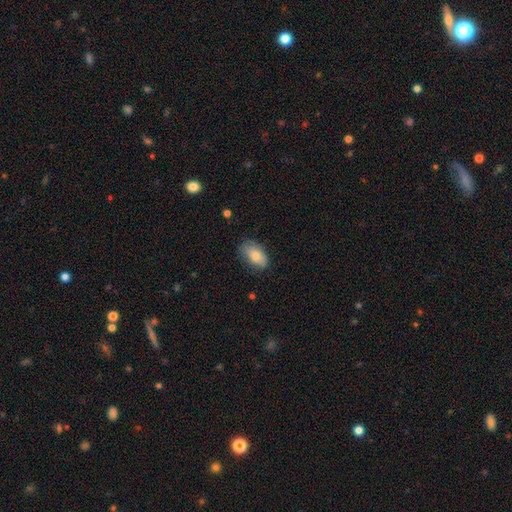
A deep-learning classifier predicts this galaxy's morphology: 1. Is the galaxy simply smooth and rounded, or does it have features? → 81% smooth, 12% featured or disk, 7% star or artifact.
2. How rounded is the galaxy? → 93% in between, 5% round, 2% cigar-shaped.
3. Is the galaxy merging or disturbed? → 71% none, 23% minor disturbance, 5% major disturbance, 1% merger.